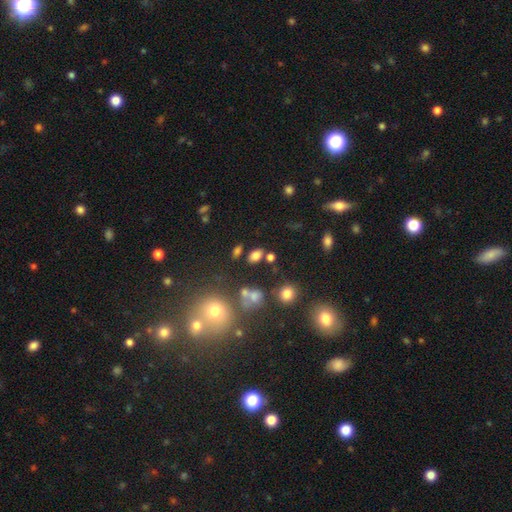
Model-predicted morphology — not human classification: This appears to be a smooth galaxy with no disk features (75%) that is in between round and cigar-shaped (86%). Merging: none (73%).